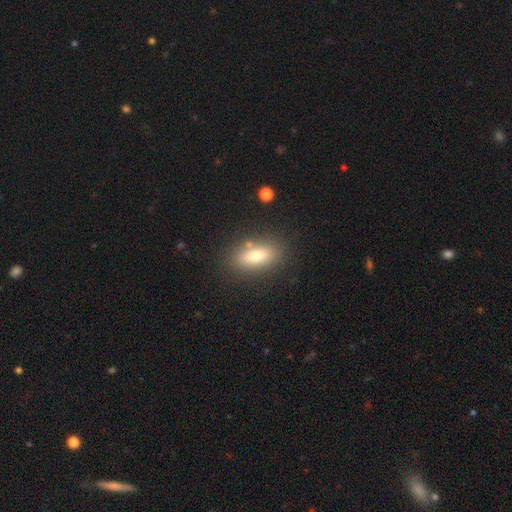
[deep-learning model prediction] Overall: smooth (78%). How rounded: in between (78%). Merging: none (81%).